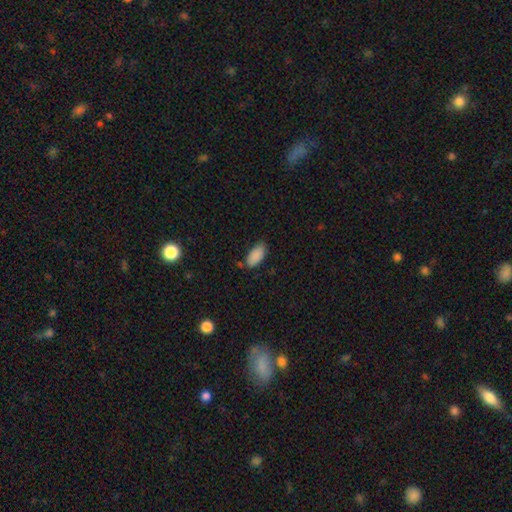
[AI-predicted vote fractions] Morphology: type=smooth (88%); roundness=in between (92%); merging=none (73%).